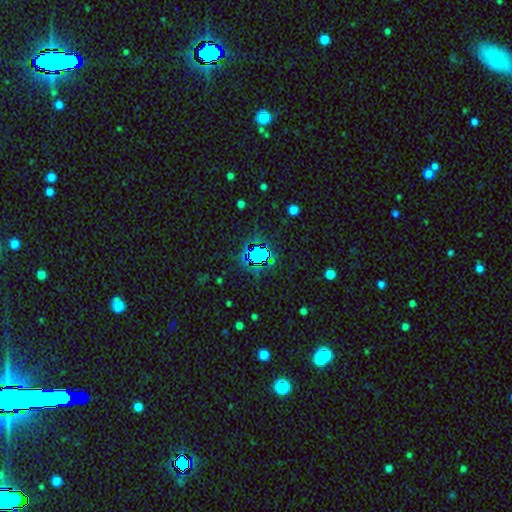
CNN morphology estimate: type=star or artifact (67%).